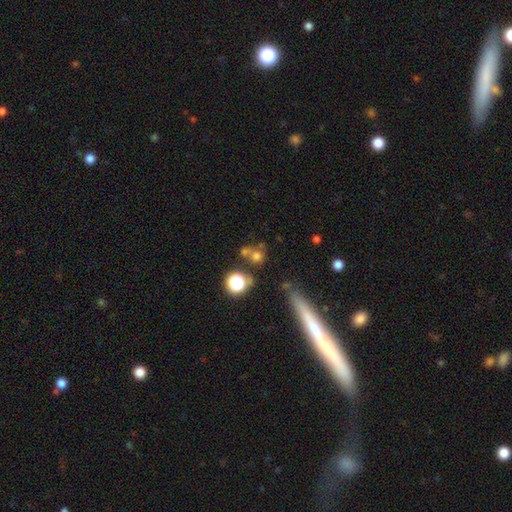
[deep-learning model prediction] Smooth or featured?
  - smooth: 63% *
  - star or artifact: 24%
  - featured or disk: 13%
How rounded?
  - round: 79% *
  - in between: 18%
  - cigar-shaped: 3%
Merging?
  - none: 52% *
  - merger: 28%
  - minor disturbance: 12%
  - major disturbance: 8%